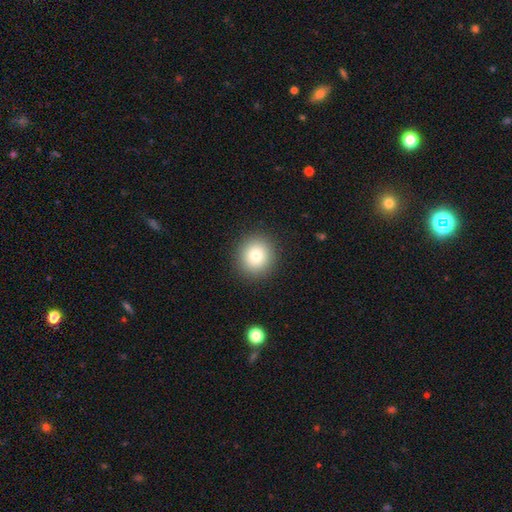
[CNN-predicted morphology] Overall: smooth (81%). How rounded: round (92%). Merging: none (91%).